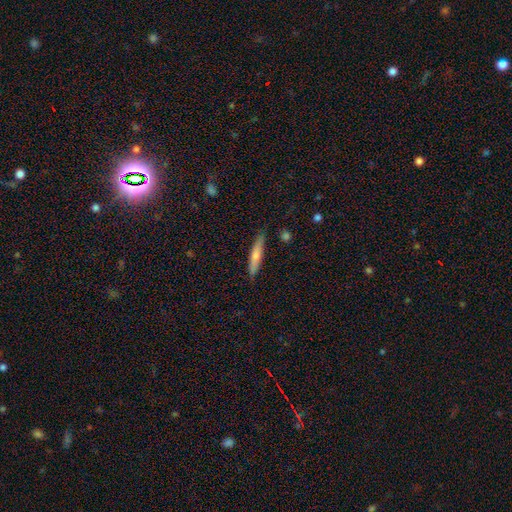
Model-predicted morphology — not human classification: Overall: smooth (68%). How rounded: cigar-shaped (87%). Merging: none (84%).